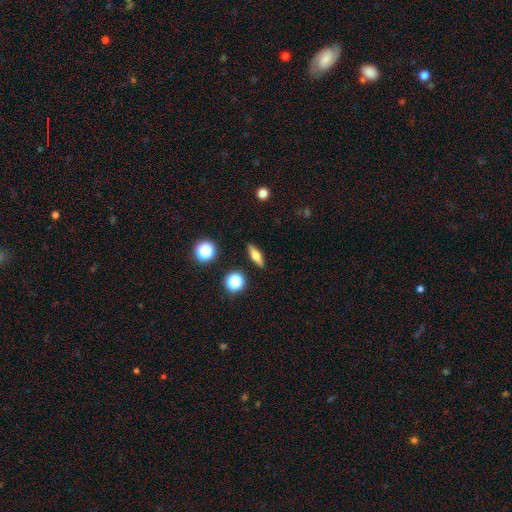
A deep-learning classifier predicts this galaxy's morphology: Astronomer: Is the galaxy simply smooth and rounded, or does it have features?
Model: smooth — 58%.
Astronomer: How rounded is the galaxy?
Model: cigar-shaped — 46% (runner-up: in between, 43%).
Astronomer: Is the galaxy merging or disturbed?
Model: none — 88%.